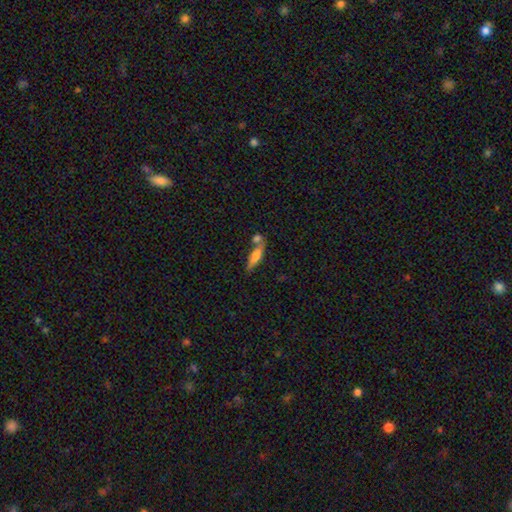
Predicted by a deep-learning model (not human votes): Smooth or featured?
  - smooth: 63% *
  - featured or disk: 30%
  - star or artifact: 7%
How rounded?
  - cigar-shaped: 60% *
  - in between: 37%
  - round: 3%
Merging?
  - none: 52% *
  - merger: 30%
  - minor disturbance: 13%
  - major disturbance: 4%